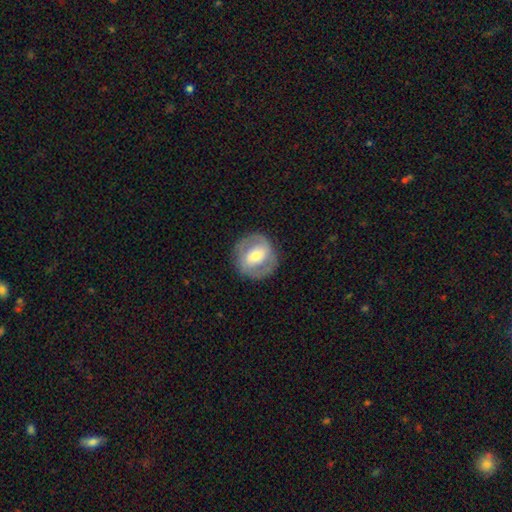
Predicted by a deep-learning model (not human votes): This appears to be a featured or disk galaxy (62%) with a weak bar (37%), spiral arms (58%) and a moderate central bulge (59%). Merging: none (84%).